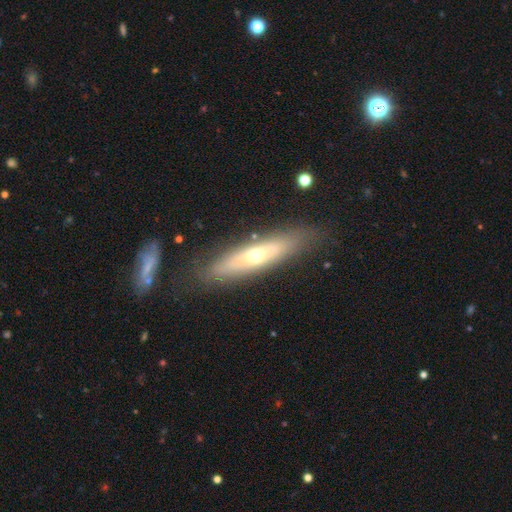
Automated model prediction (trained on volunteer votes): The model was most divided on "smooth or featured": featured or disk: 47%, smooth: 45%, star or artifact: 7%. More confident: merging — none (80%).